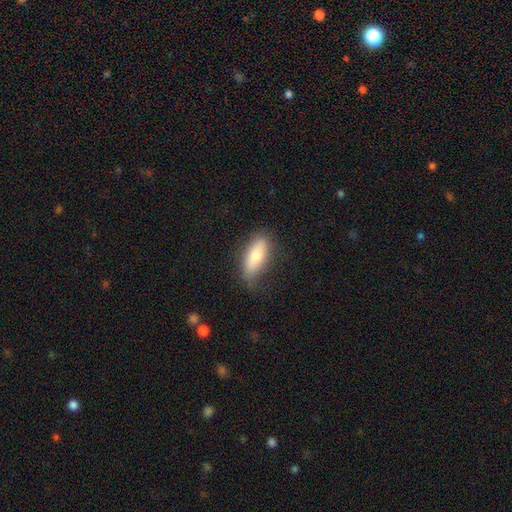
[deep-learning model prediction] This is likely a smooth galaxy (74%). How rounded: likely in between (69%). Merging: likely none (73%).